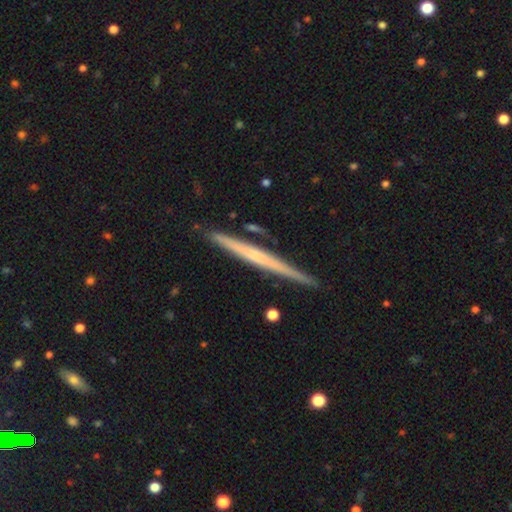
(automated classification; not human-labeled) smooth_or_featured: featured or disk (p=0.62) [alt: smooth p=0.33]
disk_edge_on: yes (p=0.98) [alt: no p=0.02]
edge_on_bulge: none (p=0.74) [alt: rounded p=0.19]
merging: none (p=0.89) [alt: minor disturbance p=0.08]